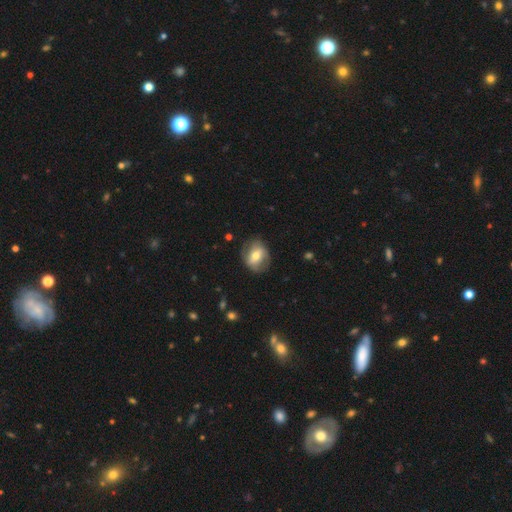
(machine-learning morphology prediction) smooth_or_featured: featured or disk (p=0.47) [alt: smooth p=0.46]
merging: none (p=0.73) [alt: minor disturbance p=0.18]